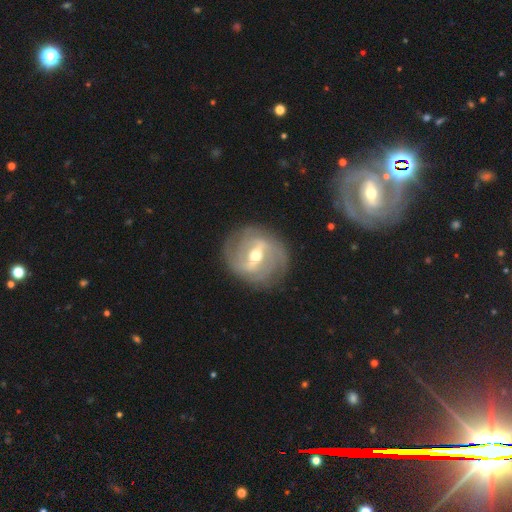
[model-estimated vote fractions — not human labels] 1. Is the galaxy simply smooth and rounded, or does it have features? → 86% featured or disk, 9% smooth, 6% star or artifact.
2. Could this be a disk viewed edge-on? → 94% no, 6% yes.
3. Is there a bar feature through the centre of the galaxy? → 61% strong, 31% weak, 8% no.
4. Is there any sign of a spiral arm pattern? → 89% yes, 11% no.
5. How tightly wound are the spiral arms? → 48% tight, 35% medium, 17% loose.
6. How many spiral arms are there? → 40% 2, 25% can't tell, 18% 3, 8% 4, 5% 1, 4% more than 4.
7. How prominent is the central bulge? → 69% moderate, 25% small, 5% large, 1% dominant, 1% none.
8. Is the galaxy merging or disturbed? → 81% none, 12% minor disturbance, 5% major disturbance, 2% merger.